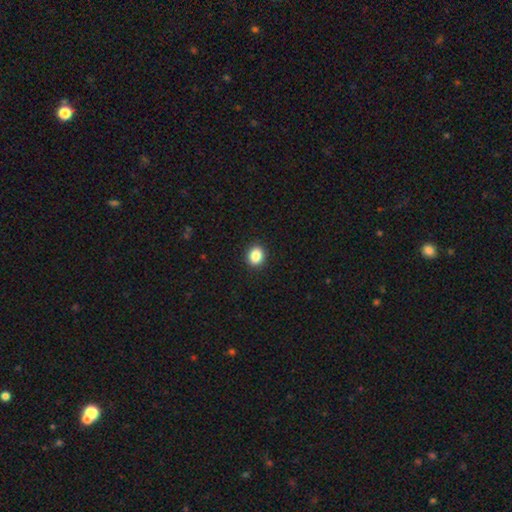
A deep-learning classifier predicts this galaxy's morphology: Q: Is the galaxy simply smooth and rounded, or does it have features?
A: smooth — 87%.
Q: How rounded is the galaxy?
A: round — 64%.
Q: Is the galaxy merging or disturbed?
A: none — 92%.